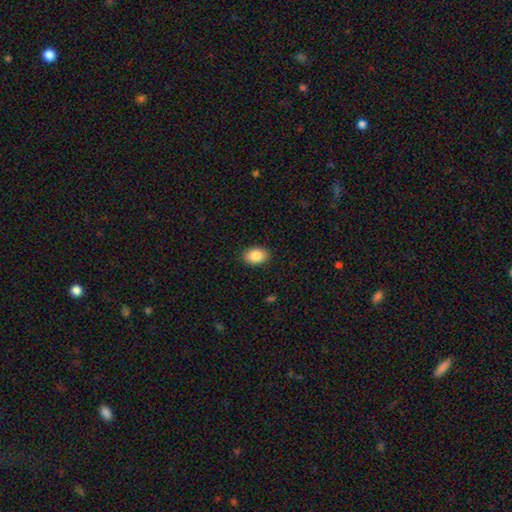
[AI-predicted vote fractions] This appears to be a smooth galaxy with no disk features (87%) that is in between round and cigar-shaped (85%). Merging: none (89%).